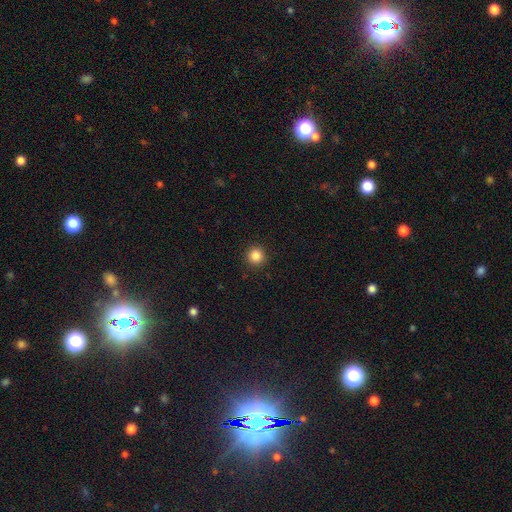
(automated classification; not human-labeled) smooth-or-featured: smooth: 86% | star or artifact: 11% | featured or disk: 3%
  how-rounded: round: 95% | in between: 4% | cigar-shaped: 1%
  merging: none: 92% | minor disturbance: 5% | major disturbance: 2% | merger: 1%